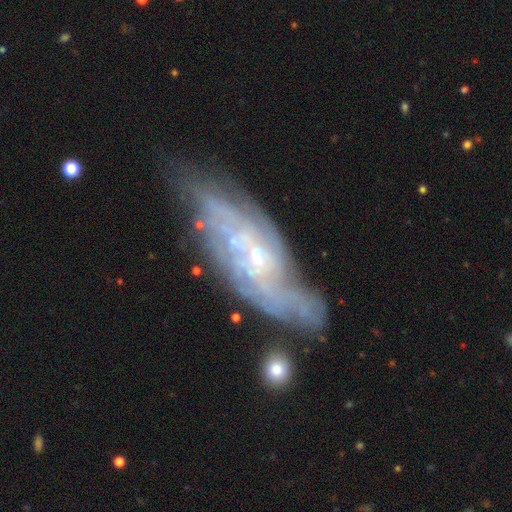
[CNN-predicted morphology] The model was most divided on "spiral winding": tight: 62%, medium: 28%, loose: 10%. More confident: spiral arms — yes (87%); edge-on disk — no (83%); smooth or featured — featured or disk (81%); bulge size — small (76%); bar — no (68%); merging — none (62%); spiral arm count — can't tell (55%).